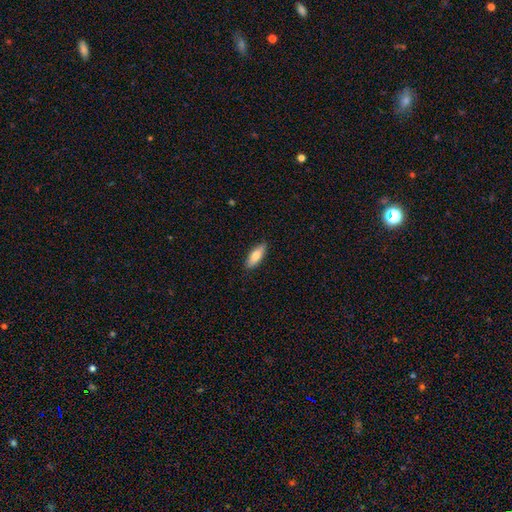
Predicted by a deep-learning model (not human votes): This is likely a smooth galaxy (78%). How rounded: likely in between (65%). Merging: clearly none (88%).